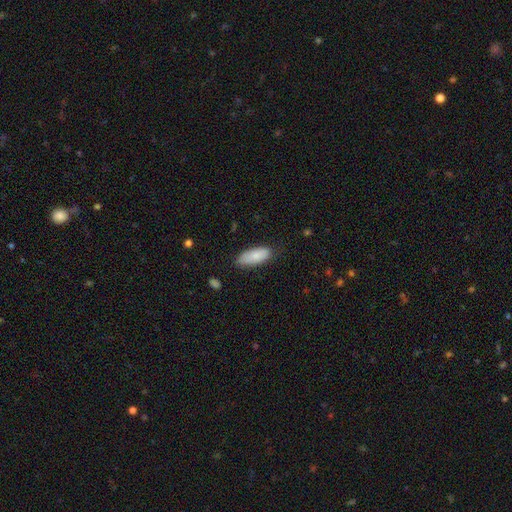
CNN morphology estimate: Smooth or featured?
  - smooth: 84% *
  - featured or disk: 9%
  - star or artifact: 6%
How rounded?
  - in between: 84% *
  - cigar-shaped: 14%
  - round: 2%
Merging?
  - none: 76% *
  - minor disturbance: 19%
  - major disturbance: 4%
  - merger: 1%